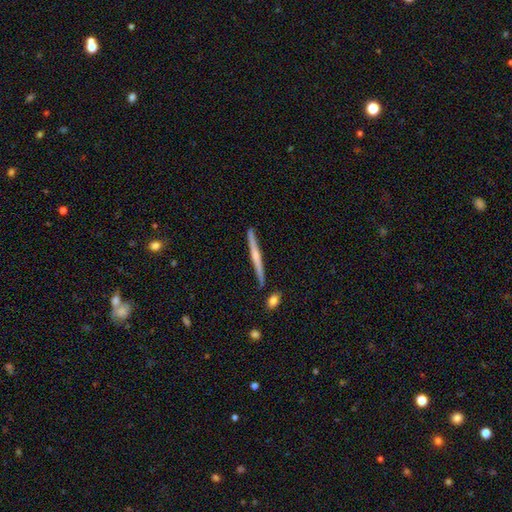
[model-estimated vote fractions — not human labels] The model was most divided on "edge-on bulge": rounded: 61%, none: 30%, boxy: 9%. More confident: edge-on disk — yes (98%); merging — none (86%); smooth or featured — featured or disk (67%).